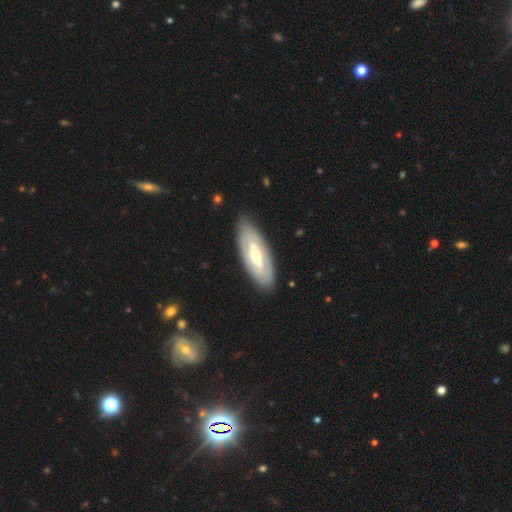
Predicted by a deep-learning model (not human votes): Smooth or featured: featured or disk — 71% (smooth — 25%)
Edge-on disk: no — 83% (yes — 17%)
Bar: strong — 36% (weak — 35%)
Spiral arms: no — 51% (yes — 49%)
Bulge size: moderate — 67% (small — 25%)
Merging: none — 85% (minor disturbance — 11%)